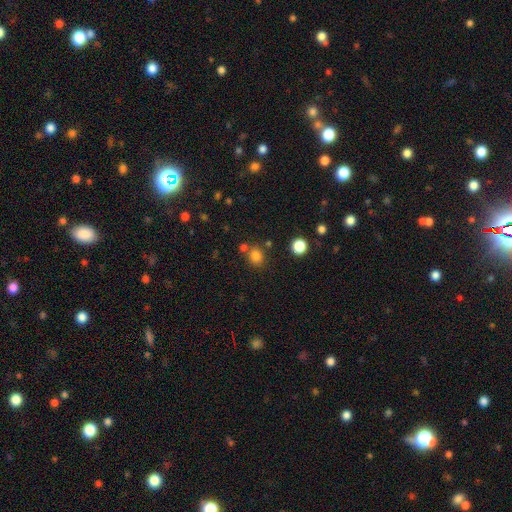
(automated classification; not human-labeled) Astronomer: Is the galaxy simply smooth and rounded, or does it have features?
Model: smooth — 80%.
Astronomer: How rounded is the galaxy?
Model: round — 69%.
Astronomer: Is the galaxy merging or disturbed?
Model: none — 73%.